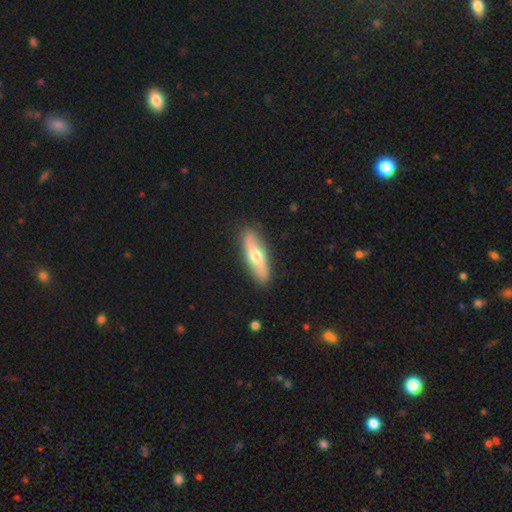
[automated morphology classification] This is possibly a smooth galaxy (51%). How rounded: possibly cigar-shaped (53%). Merging: clearly none (88%).